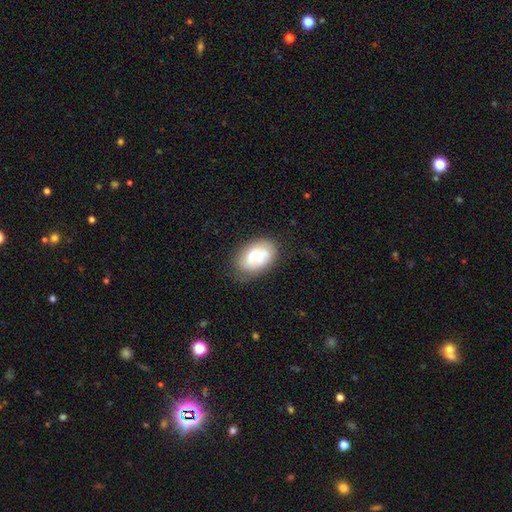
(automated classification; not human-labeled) This appears to be a smooth galaxy with no disk features (62%) that is in between round and cigar-shaped (87%). Merging: none (65%).